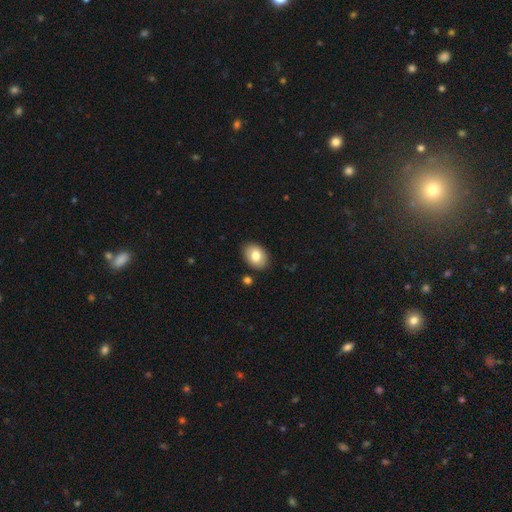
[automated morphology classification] type=smooth (78%); roundness=in between (75%); merging=none (87%).